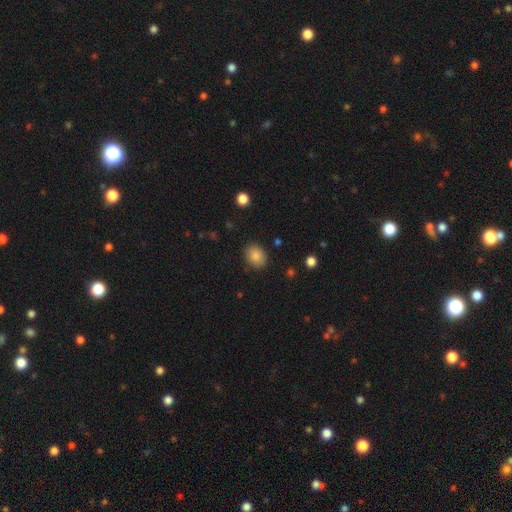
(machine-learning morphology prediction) A smooth galaxy with no disk features (86%) that is in between round and cigar-shaped (59%). Merging: none (87%).